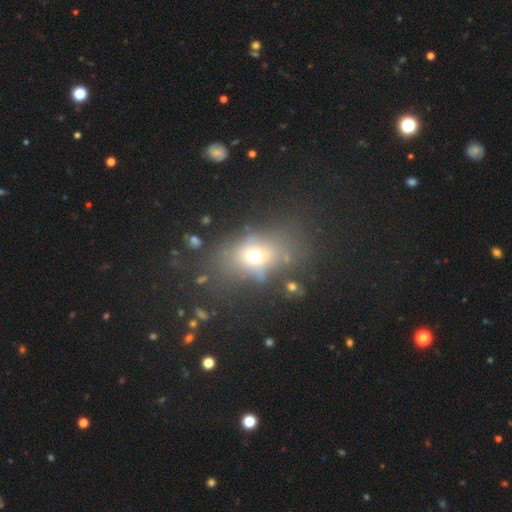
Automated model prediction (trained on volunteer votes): Smooth or featured? smooth (61%)
How rounded? in between (62%)
Merging? none (56%)